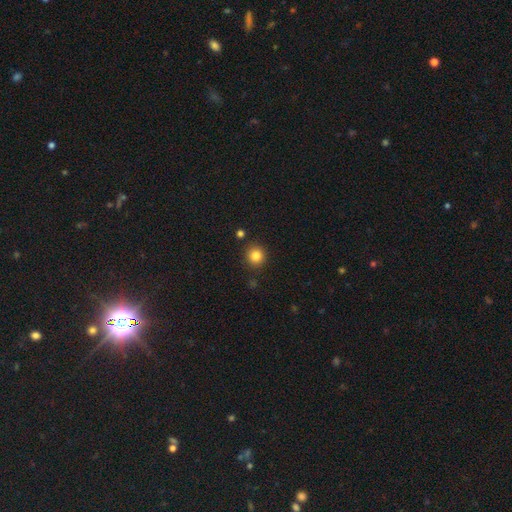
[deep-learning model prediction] Smooth or featured? smooth (84%)
How rounded? round (92%)
Merging? none (88%)